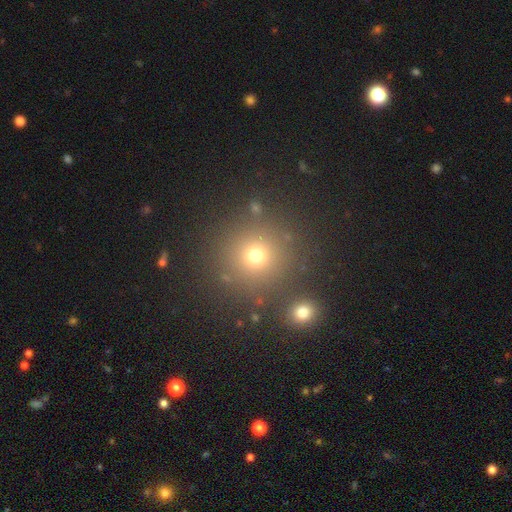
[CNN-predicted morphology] A smooth galaxy with no disk features (71%) that is round (93%).

Vote fractions:
- Smooth or featured? smooth: 71% / star or artifact: 21% / featured or disk: 8%
- How rounded? round: 93% / in between: 6% / cigar-shaped: 1%
- Merging? none: 83% / minor disturbance: 7% / merger: 6% / major disturbance: 4%